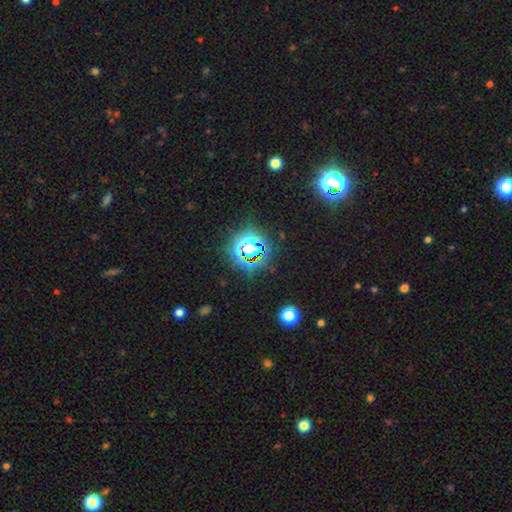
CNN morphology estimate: Q: Smooth or featured?
A: star or artifact (72%); runner-up: smooth (19%)